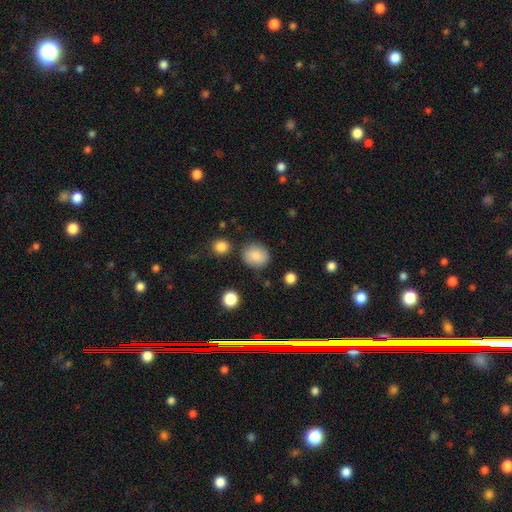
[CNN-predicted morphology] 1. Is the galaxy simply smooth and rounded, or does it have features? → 85% smooth, 9% star or artifact, 6% featured or disk.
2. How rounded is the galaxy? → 73% round, 26% in between, 1% cigar-shaped.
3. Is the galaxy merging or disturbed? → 82% none, 11% minor disturbance, 4% merger, 3% major disturbance.